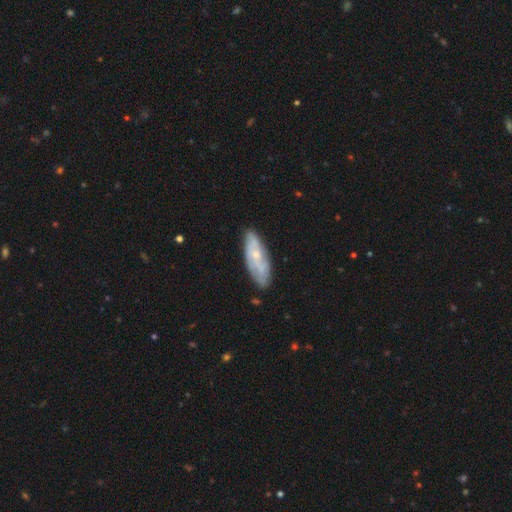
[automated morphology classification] Q: Smooth or featured?
A: featured or disk (57%); runner-up: smooth (37%)
Q: Edge-on disk?
A: no (78%); runner-up: yes (22%)
Q: Merging?
A: none (76%); runner-up: minor disturbance (18%)